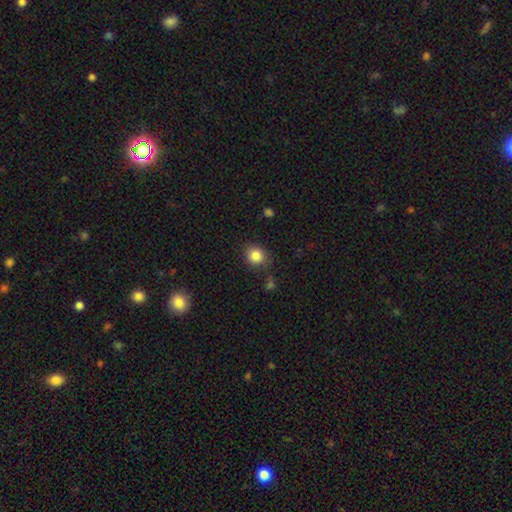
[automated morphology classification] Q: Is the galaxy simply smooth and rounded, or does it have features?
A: smooth — 85%.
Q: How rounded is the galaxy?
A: round — 82%.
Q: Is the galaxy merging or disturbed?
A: none — 80%.